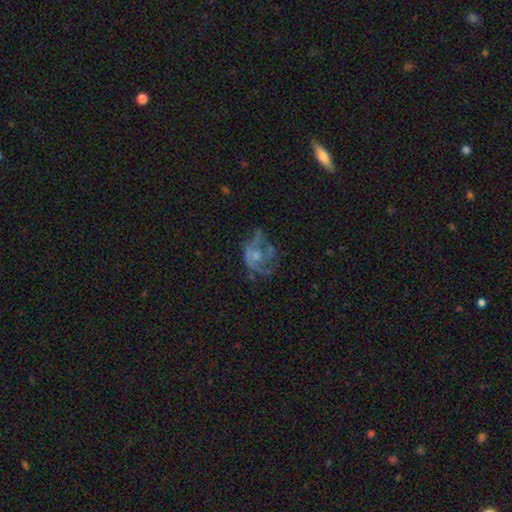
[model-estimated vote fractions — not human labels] smooth-or-featured: featured or disk: 67% | smooth: 19% | star or artifact: 14%
  disk-edge-on: no: 97% | yes: 3%
    bar: no: 80% | weak: 17% | strong: 3%
    has-spiral-arms: yes: 59% | no: 41%
    bulge-size: small: 48% | moderate: 34% | none: 14% | large: 3% | dominant: 1%
  merging: none: 44% | major disturbance: 32% | minor disturbance: 20% | merger: 4%